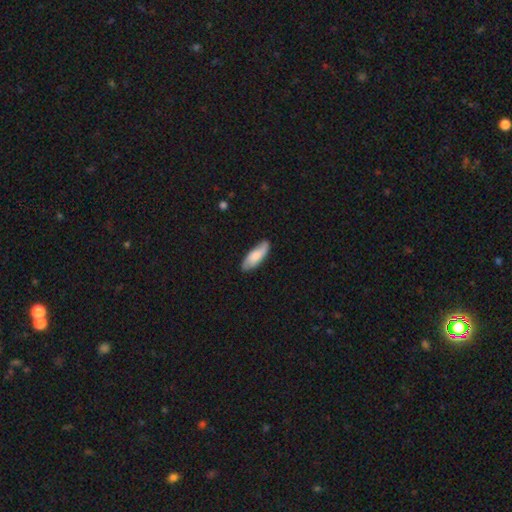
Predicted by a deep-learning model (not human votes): smooth 69%, featured or disk 25%, star or artifact 6%. Down the decision tree: how rounded — in between (63%); merging — none (83%).